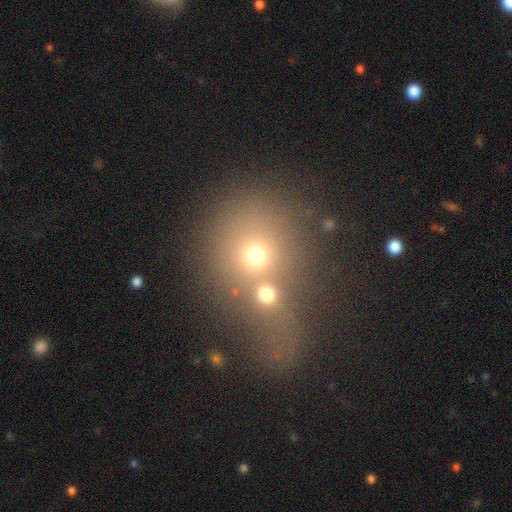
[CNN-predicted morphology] Smooth or featured? Predicted: smooth (p=0.57). How rounded? Predicted: round (p=0.83). Merging? Predicted: merger (p=0.63).